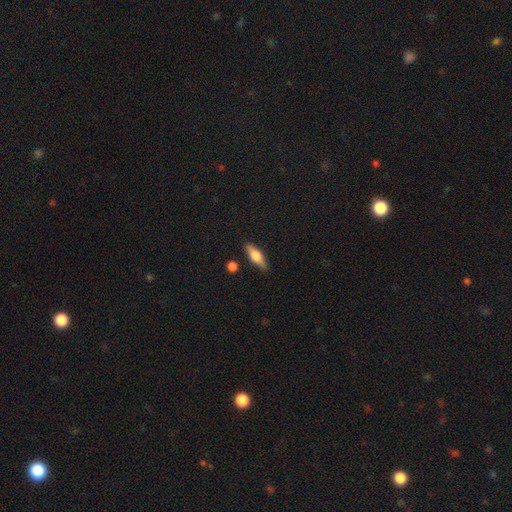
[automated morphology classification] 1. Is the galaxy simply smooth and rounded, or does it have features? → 50% smooth, 44% featured or disk, 7% star or artifact.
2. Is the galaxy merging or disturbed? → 84% none, 11% minor disturbance, 3% merger, 2% major disturbance.